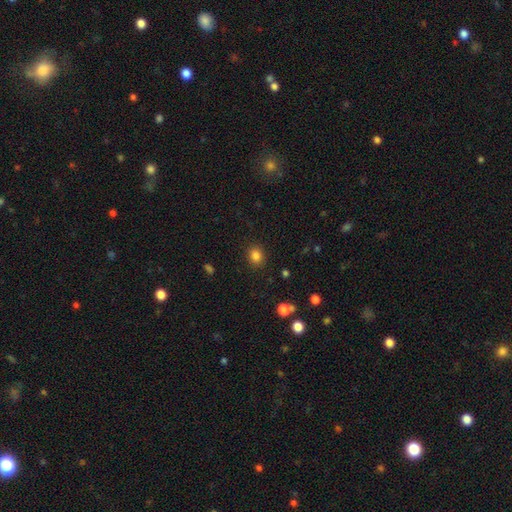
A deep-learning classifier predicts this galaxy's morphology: A smooth galaxy with no disk features (84%) that is round (72%).

Vote fractions:
- Smooth or featured? smooth: 84% / star or artifact: 12% / featured or disk: 5%
- How rounded? round: 72% / in between: 27% / cigar-shaped: 1%
- Merging? none: 89% / minor disturbance: 7% / major disturbance: 2% / merger: 1%